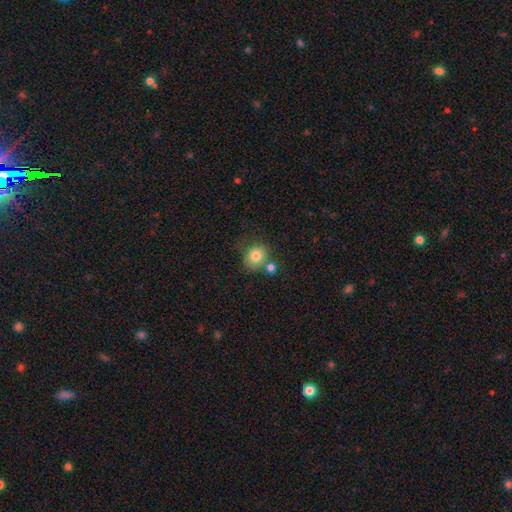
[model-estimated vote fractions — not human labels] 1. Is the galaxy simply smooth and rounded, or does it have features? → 82% smooth, 10% star or artifact, 8% featured or disk.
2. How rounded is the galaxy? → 78% round, 22% in between, 1% cigar-shaped.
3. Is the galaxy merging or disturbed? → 61% none, 19% merger, 15% minor disturbance, 5% major disturbance.